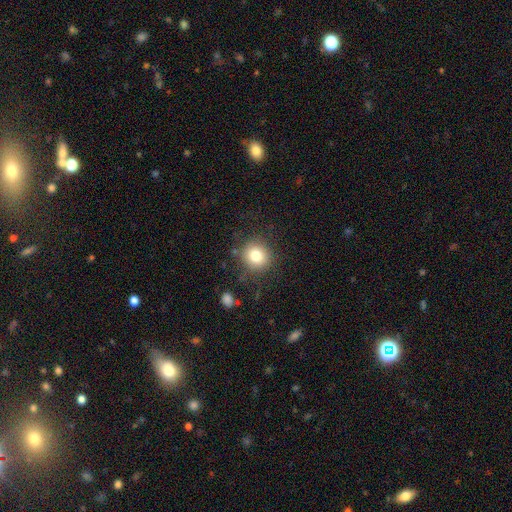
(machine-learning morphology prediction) Smooth or featured?
  - smooth: 80% *
  - star or artifact: 11%
  - featured or disk: 9%
How rounded?
  - round: 89% *
  - in between: 10%
  - cigar-shaped: 1%
Merging?
  - none: 84% *
  - minor disturbance: 10%
  - major disturbance: 4%
  - merger: 2%